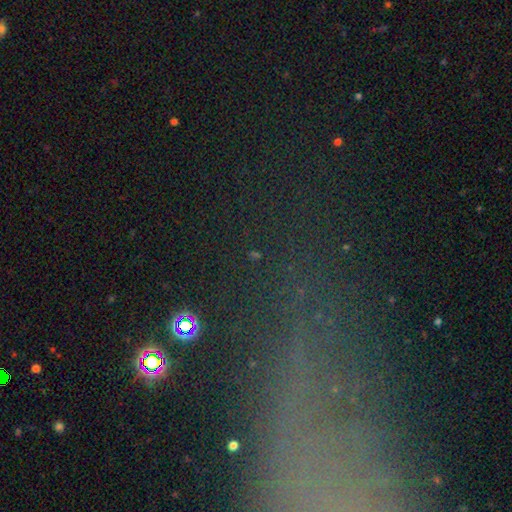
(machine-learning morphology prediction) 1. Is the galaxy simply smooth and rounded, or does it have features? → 72% star or artifact, 18% smooth, 11% featured or disk.